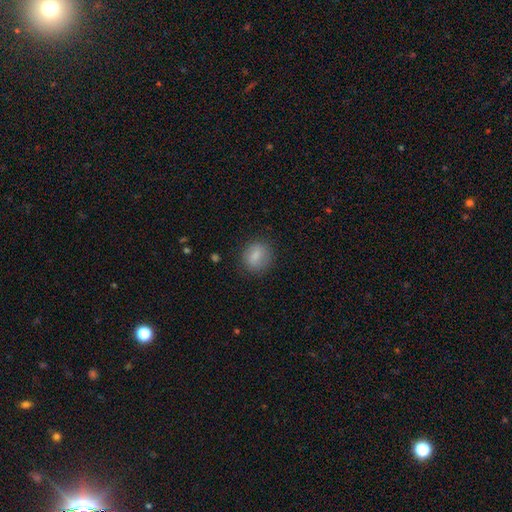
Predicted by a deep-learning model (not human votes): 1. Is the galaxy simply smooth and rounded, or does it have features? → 80% smooth, 12% featured or disk, 8% star or artifact.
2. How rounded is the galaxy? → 58% round, 40% in between, 2% cigar-shaped.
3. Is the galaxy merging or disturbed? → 81% none, 13% minor disturbance, 4% major disturbance, 1% merger.